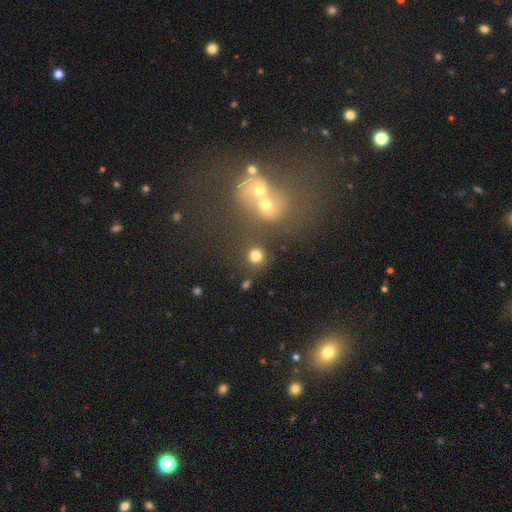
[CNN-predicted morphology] The model was most divided on "merging": none: 75%, merger: 14%, minor disturbance: 7%, major disturbance: 4%. More confident: how rounded — round (90%); smooth or featured — smooth (78%).